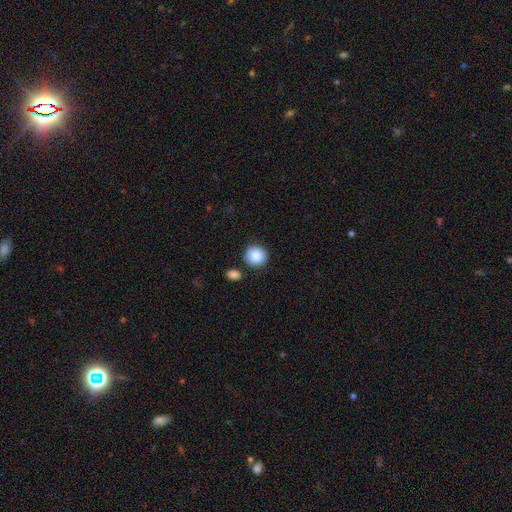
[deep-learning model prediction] Smooth or featured: smooth — 88% (star or artifact — 8%)
How rounded: round — 91% (in between — 8%)
Merging: none — 83% (minor disturbance — 9%)